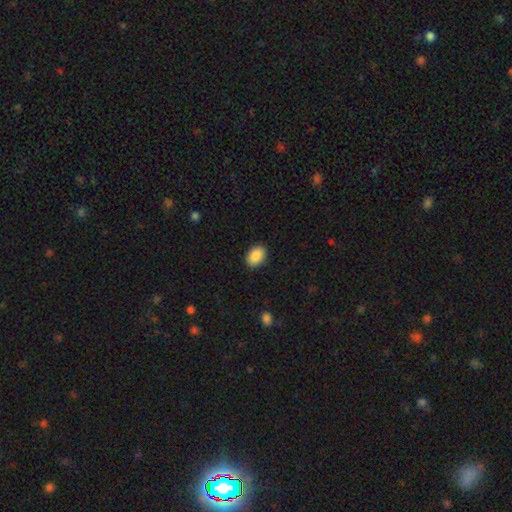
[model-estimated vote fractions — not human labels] The model was most divided on "how rounded": in between: 82%, round: 17%, cigar-shaped: 1%. More confident: smooth or featured — smooth (89%); merging — none (89%).